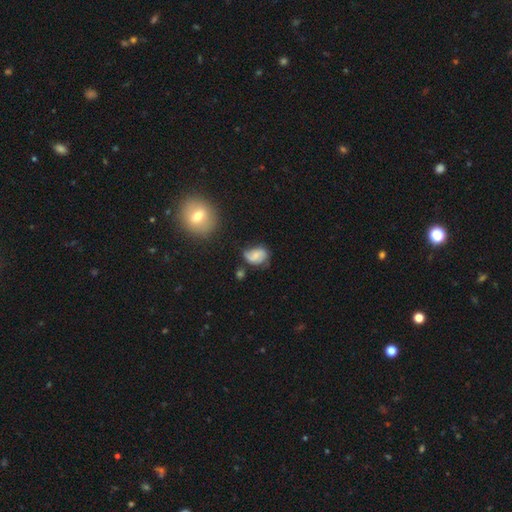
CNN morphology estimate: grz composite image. It shows a featured or disk galaxy (46%). Merging: none (50%).